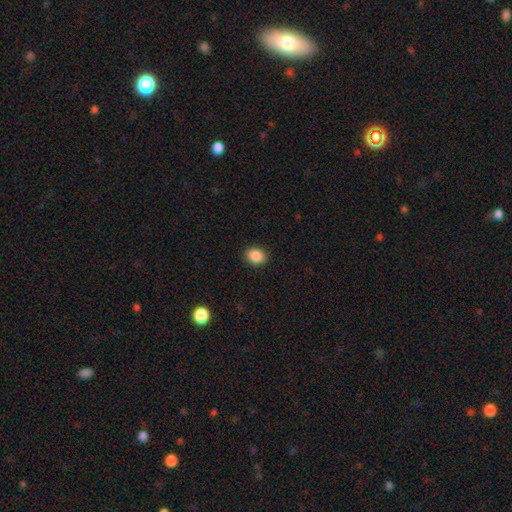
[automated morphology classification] A smooth galaxy with no disk features (87%) that is round (54%). Merging: none (90%).